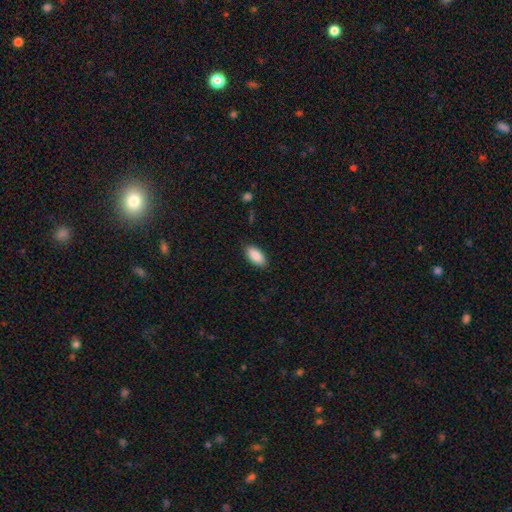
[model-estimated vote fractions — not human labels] Q: Smooth or featured?
A: smooth (90%); runner-up: star or artifact (6%)
Q: How rounded?
A: in between (91%); runner-up: cigar-shaped (7%)
Q: Merging?
A: none (88%); runner-up: minor disturbance (9%)